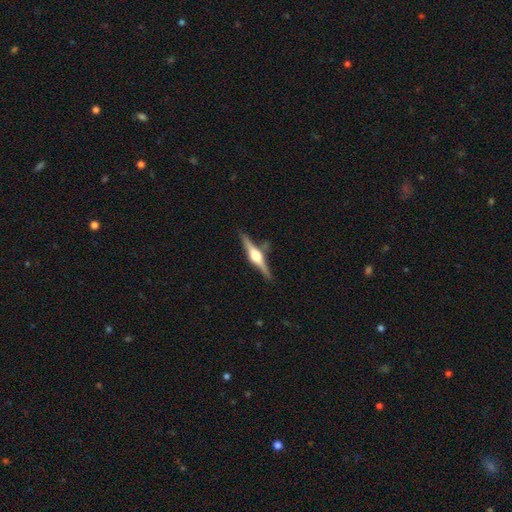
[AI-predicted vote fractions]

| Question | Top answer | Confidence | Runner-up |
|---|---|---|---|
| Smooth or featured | featured or disk | 83% | smooth (12%) |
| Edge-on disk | yes | 98% | no (2%) |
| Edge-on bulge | rounded | 94% | boxy (4%) |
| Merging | none | 87% | minor disturbance (9%) |